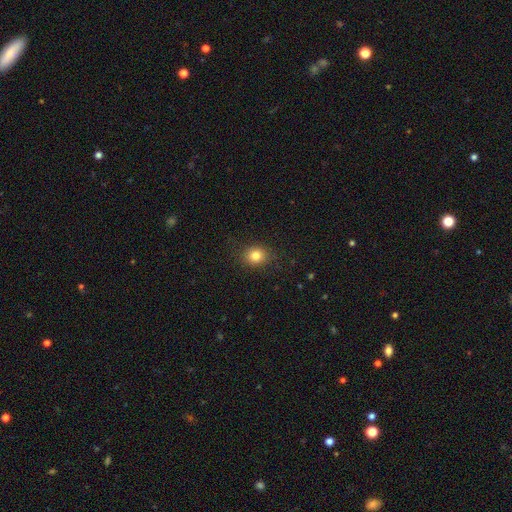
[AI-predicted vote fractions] Smooth or featured: smooth — 82% (star or artifact — 12%)
How rounded: round — 69% (in between — 30%)
Merging: none — 87% (minor disturbance — 9%)